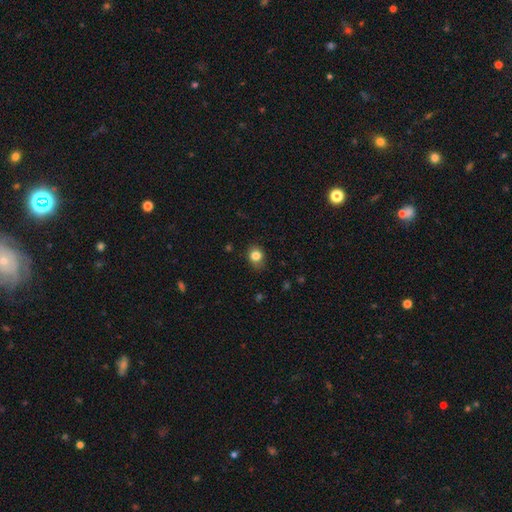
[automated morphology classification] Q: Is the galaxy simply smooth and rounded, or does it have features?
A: smooth — 82%.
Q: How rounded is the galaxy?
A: round — 62%.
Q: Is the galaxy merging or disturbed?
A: none — 81%.